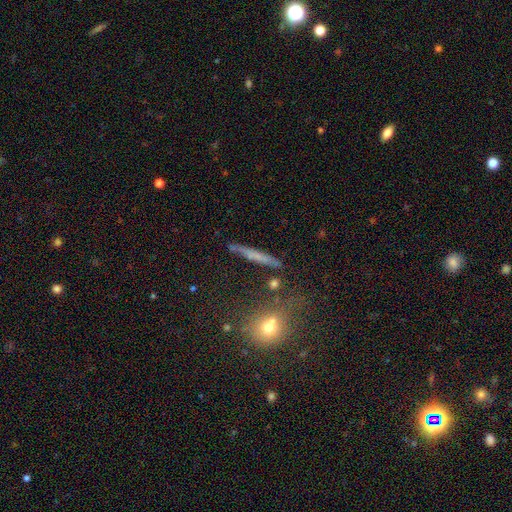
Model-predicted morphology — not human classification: Overall: smooth (49%; featured or disk 40%). Merging: none (81%).